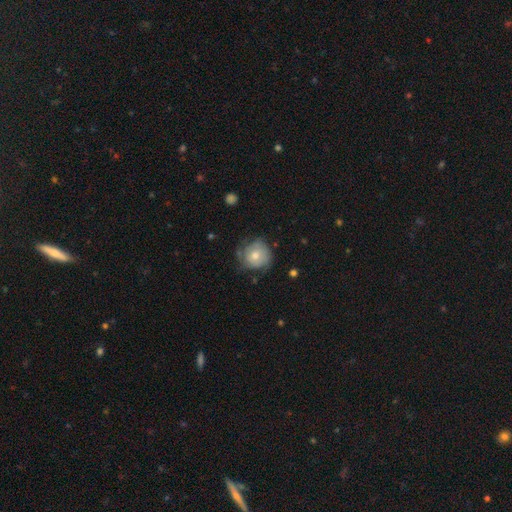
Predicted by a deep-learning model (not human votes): Morphology: type=smooth (63%); roundness=round (86%); merging=none (59%).